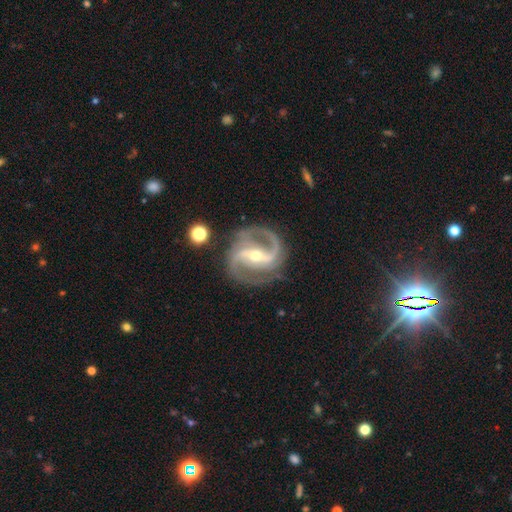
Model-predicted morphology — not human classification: Overall: featured or disk (93%). Edge-on disk: no (97%). Bar: strong (62%; weak 26%). Spiral arms: yes (98%). Spiral arm count: 2 (87%). Spiral winding: medium (61%; tight 22%). Bulge size: small (53%; moderate 44%). Merging: none (79%).